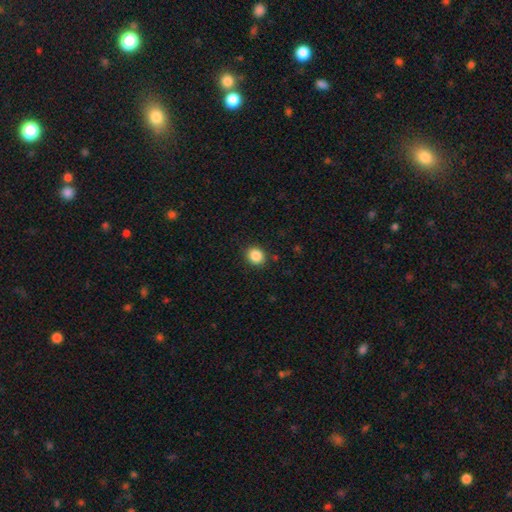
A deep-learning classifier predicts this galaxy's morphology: A smooth galaxy with no disk features (87%) that is round (76%). Merging: none (89%).